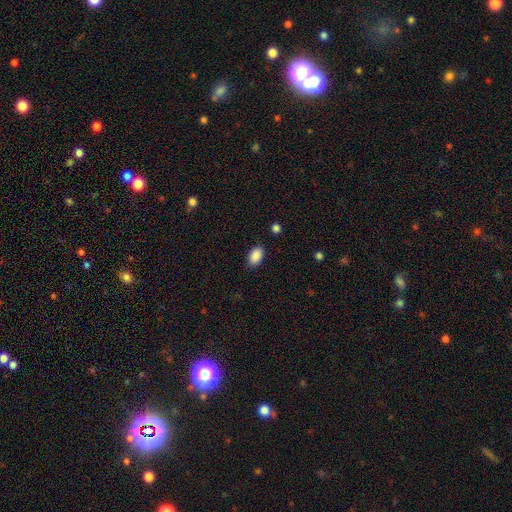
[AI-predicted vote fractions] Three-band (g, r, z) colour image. It shows a smooth galaxy with no disk features (89%) that is in between round and cigar-shaped (90%). Merging: none (86%).